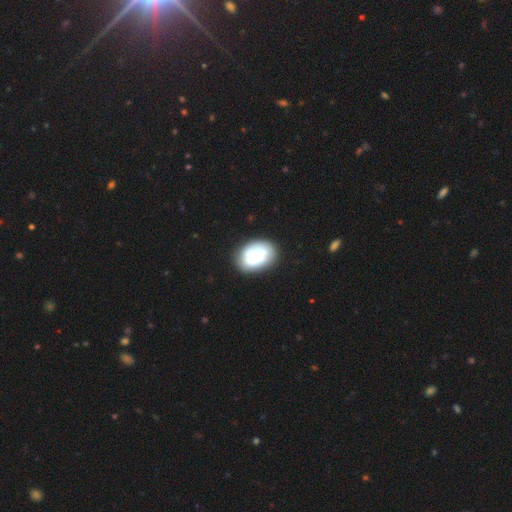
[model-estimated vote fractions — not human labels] smooth-or-featured: featured or disk: 54% | smooth: 39% | star or artifact: 7%
  disk-edge-on: no: 98% | yes: 2%
    bar: no: 65% | weak: 28% | strong: 7%
    has-spiral-arms: yes: 83% | no: 17%
    bulge-size: small: 38% | moderate: 32% | large: 13% | none: 12% | dominant: 4%
  merging: none: 76% | minor disturbance: 16% | major disturbance: 6% | merger: 2%